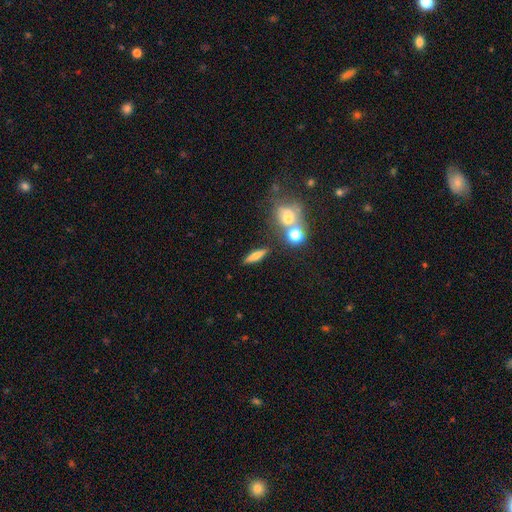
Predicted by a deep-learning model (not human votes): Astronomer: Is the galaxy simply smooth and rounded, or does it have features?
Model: smooth — 56% (runner-up: featured or disk, 33%).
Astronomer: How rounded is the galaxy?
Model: cigar-shaped — 64%.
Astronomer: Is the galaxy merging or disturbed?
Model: none — 80%.